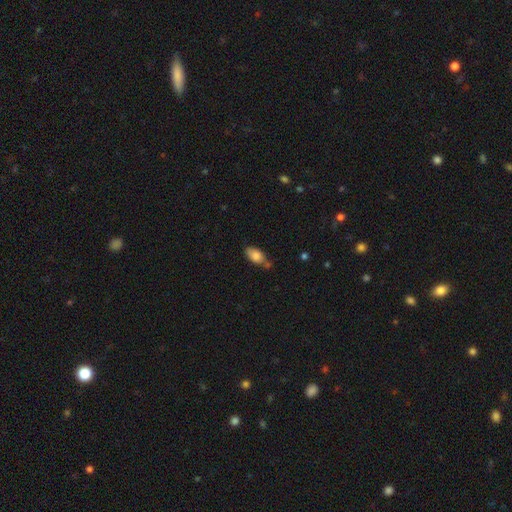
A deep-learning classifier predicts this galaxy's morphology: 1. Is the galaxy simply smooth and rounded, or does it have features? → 82% smooth, 11% featured or disk, 7% star or artifact.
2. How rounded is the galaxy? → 90% in between, 5% cigar-shaped, 4% round.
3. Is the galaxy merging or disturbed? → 59% none, 24% minor disturbance, 12% merger, 5% major disturbance.